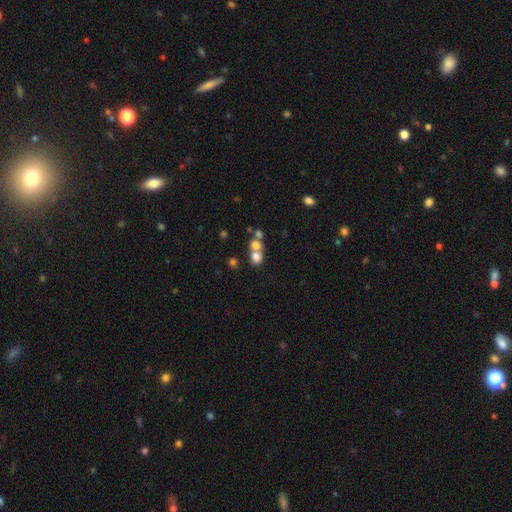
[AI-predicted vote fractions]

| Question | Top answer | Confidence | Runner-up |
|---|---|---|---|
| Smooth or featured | smooth | 71% | featured or disk (16%) |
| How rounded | round | 68% | in between (31%) |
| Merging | merger | 58% | none (32%) |